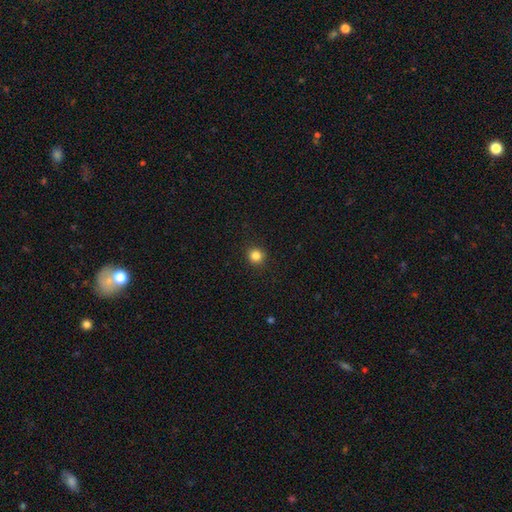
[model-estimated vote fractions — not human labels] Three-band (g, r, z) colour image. It shows a smooth galaxy with no disk features (84%) that is round (94%). Merging: none (92%).